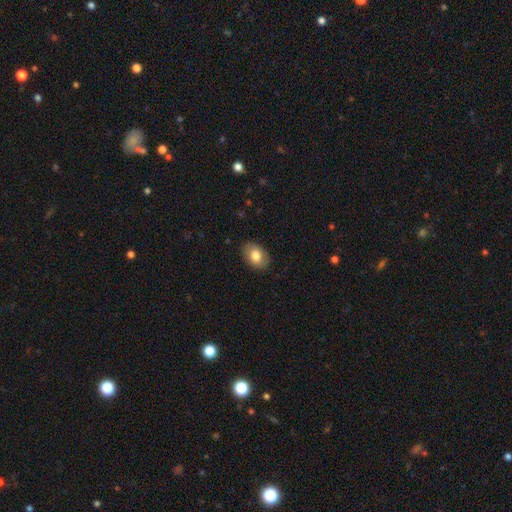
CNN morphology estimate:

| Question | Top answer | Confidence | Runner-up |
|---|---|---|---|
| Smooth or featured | smooth | 80% | featured or disk (12%) |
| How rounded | in between | 81% | round (18%) |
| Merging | none | 87% | minor disturbance (10%) |